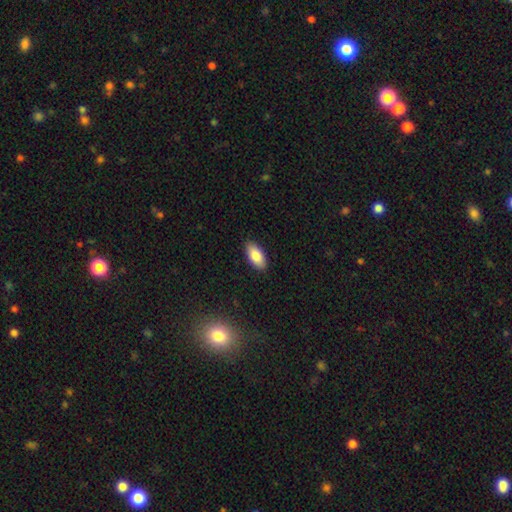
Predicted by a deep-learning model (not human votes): The model was most divided on "smooth or featured": smooth: 86%, featured or disk: 8%, star or artifact: 7%. More confident: how rounded — in between (91%); merging — none (88%).